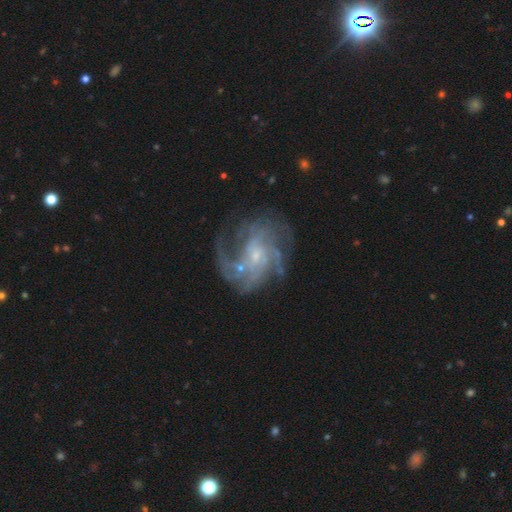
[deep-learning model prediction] Smooth or featured? Predicted: featured or disk (p=0.86). Edge-on disk? Predicted: no (p=0.98). Bar? Predicted: no (p=0.64). Spiral arms? Predicted: yes (p=0.95). Spiral winding? Predicted: medium (p=0.45). Spiral arm count? Predicted: 4 (p=0.27). Bulge size? Predicted: small (p=0.73). Merging? Predicted: none (p=0.63).